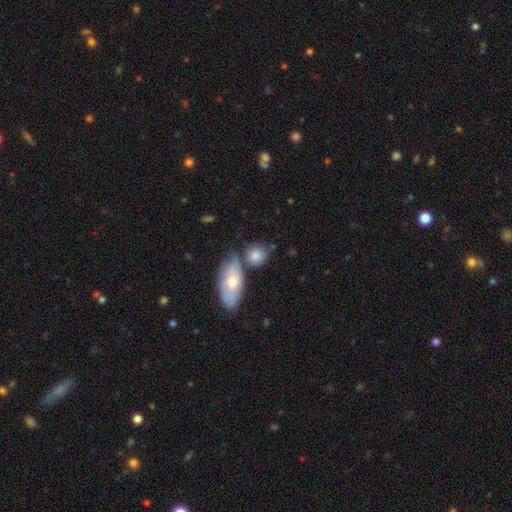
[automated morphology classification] type=smooth (80%); roundness=round (73%); merging=none (54%).